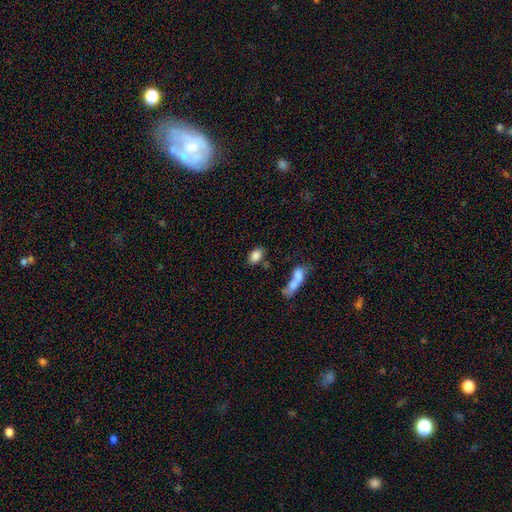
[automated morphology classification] Smooth or featured? Predicted: smooth (p=0.85). How rounded? Predicted: in between (p=0.86). Merging? Predicted: none (p=0.65).